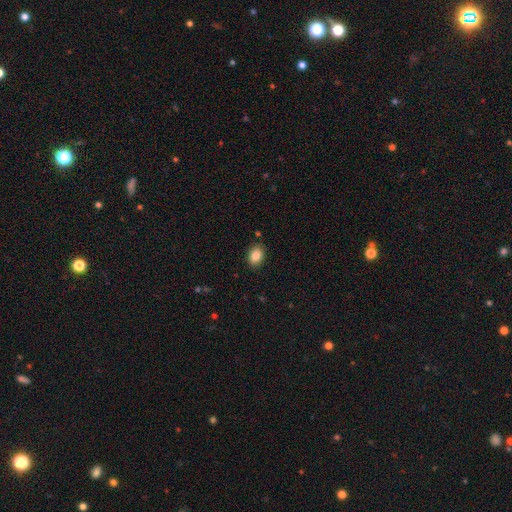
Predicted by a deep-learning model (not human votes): Q: Smooth or featured?
A: smooth (85%); runner-up: star or artifact (8%)
Q: How rounded?
A: in between (77%); runner-up: round (22%)
Q: Merging?
A: none (87%); runner-up: minor disturbance (9%)